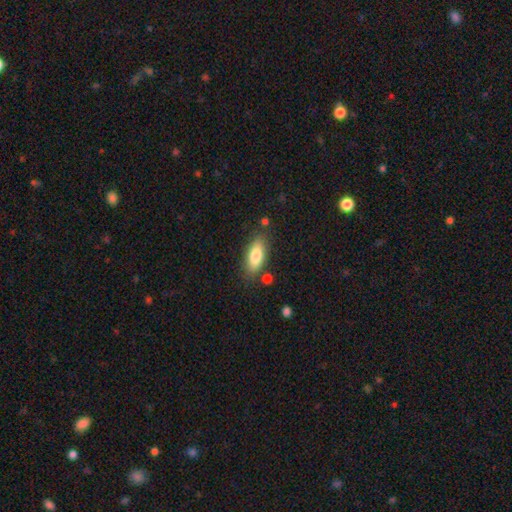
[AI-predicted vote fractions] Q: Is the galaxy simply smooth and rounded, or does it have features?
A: smooth — 80%.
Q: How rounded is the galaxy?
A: in between — 78%.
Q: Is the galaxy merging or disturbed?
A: none — 78%.